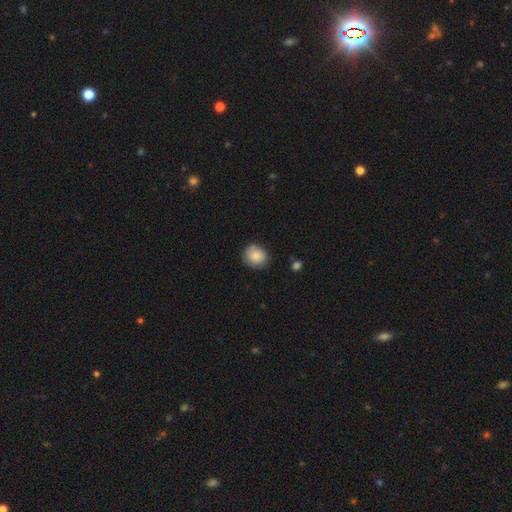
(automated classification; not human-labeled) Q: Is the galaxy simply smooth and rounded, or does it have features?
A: smooth — 84%.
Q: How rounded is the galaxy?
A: round — 74%.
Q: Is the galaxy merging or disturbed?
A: none — 80%.